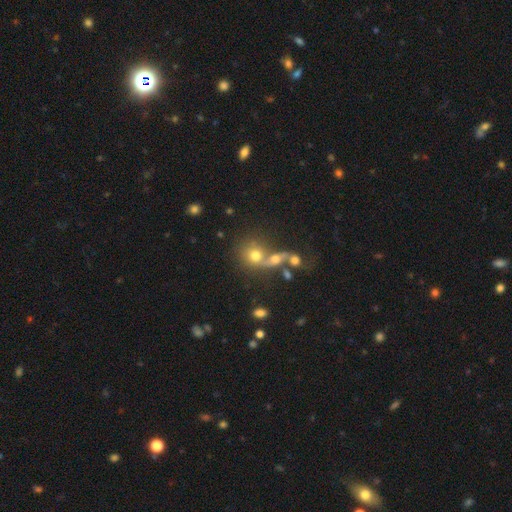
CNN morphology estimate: This appears to be a smooth galaxy with no disk features (63%) that is round (77%). Merging: merger (53%).